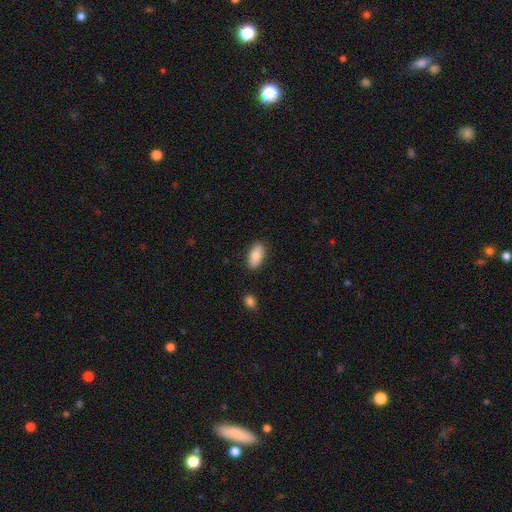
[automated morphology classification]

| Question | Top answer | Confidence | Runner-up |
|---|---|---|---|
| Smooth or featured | smooth | 83% | featured or disk (11%) |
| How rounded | in between | 92% | cigar-shaped (5%) |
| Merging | none | 86% | minor disturbance (10%) |